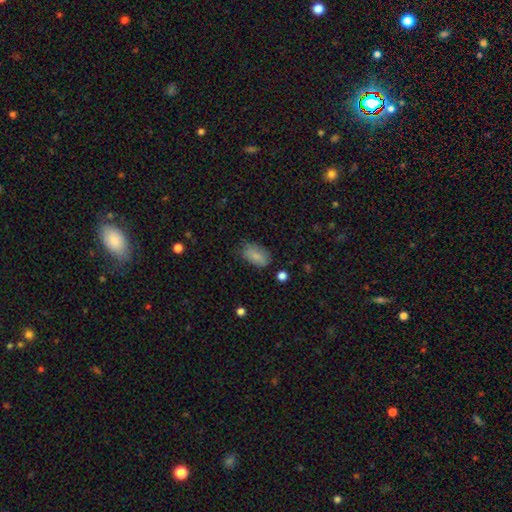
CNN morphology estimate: A smooth galaxy with no disk features (84%) that is in between round and cigar-shaped (92%).

Vote fractions:
- Smooth or featured? smooth: 84% / featured or disk: 8% / star or artifact: 8%
- How rounded? in between: 92% / round: 6% / cigar-shaped: 2%
- Merging? none: 66% / minor disturbance: 26% / major disturbance: 6% / merger: 2%